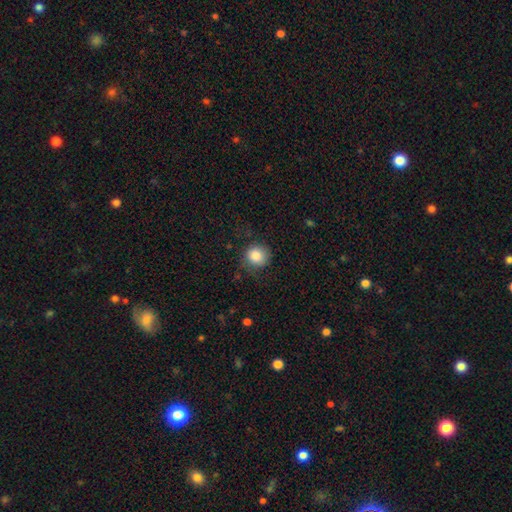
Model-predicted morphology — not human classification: Smooth or featured: smooth — 84% (star or artifact — 9%)
How rounded: round — 89% (in between — 10%)
Merging: none — 73% (minor disturbance — 19%)